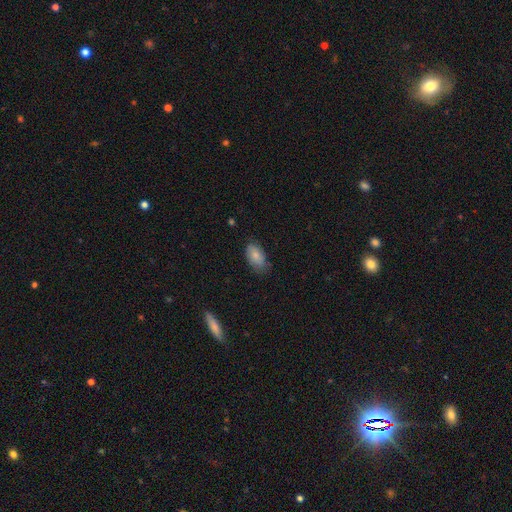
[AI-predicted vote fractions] Smooth or featured?
  - smooth: 83% *
  - featured or disk: 10%
  - star or artifact: 7%
How rounded?
  - in between: 94% *
  - round: 4%
  - cigar-shaped: 2%
Merging?
  - none: 72% *
  - minor disturbance: 22%
  - major disturbance: 4%
  - merger: 1%